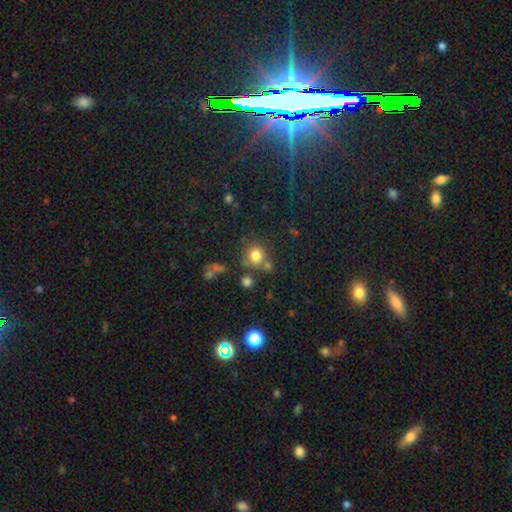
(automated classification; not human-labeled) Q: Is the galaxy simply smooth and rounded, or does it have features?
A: smooth — 77%.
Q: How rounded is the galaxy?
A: round — 85%.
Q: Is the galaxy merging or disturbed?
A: none — 65%.